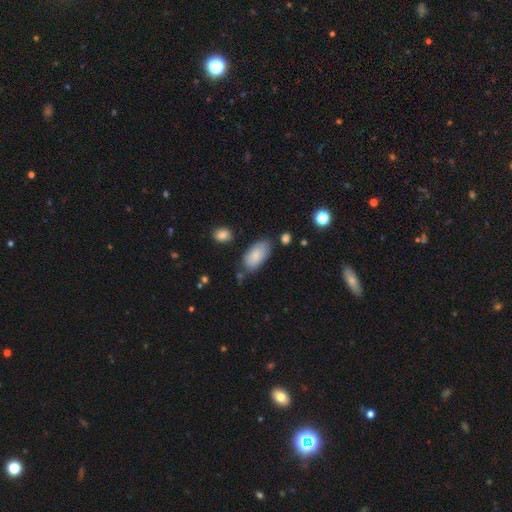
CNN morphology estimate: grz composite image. It shows a smooth galaxy with no disk features (83%) that is in between round and cigar-shaped (94%). Merging: none (69%).